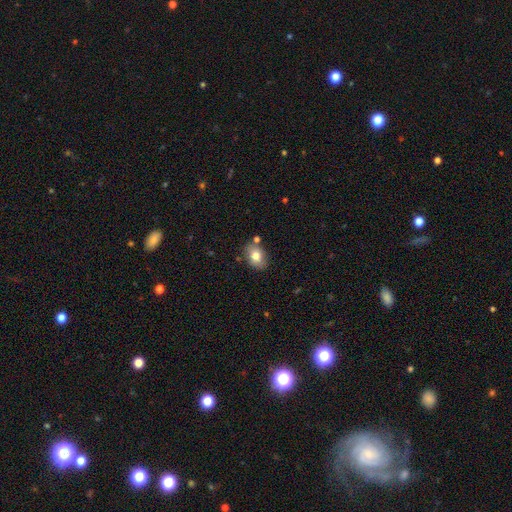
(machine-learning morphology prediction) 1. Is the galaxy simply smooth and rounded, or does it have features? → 77% smooth, 14% featured or disk, 9% star or artifact.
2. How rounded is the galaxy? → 73% in between, 26% round, 1% cigar-shaped.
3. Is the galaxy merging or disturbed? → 76% none, 14% minor disturbance, 7% merger, 3% major disturbance.